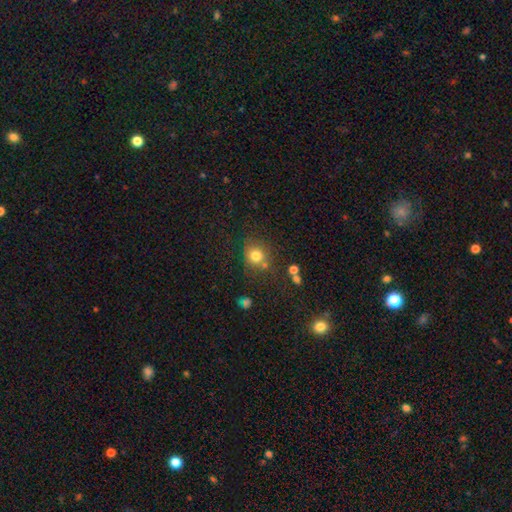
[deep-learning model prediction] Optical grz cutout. It shows a smooth galaxy with no disk features (78%) that is round (81%). Merging: none (65%).